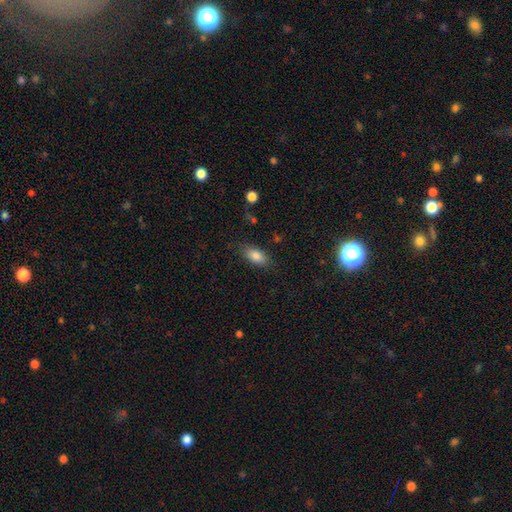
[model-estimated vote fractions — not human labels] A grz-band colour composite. It shows a smooth galaxy with no disk features (84%) that is in between round and cigar-shaped (88%). Merging: none (81%).